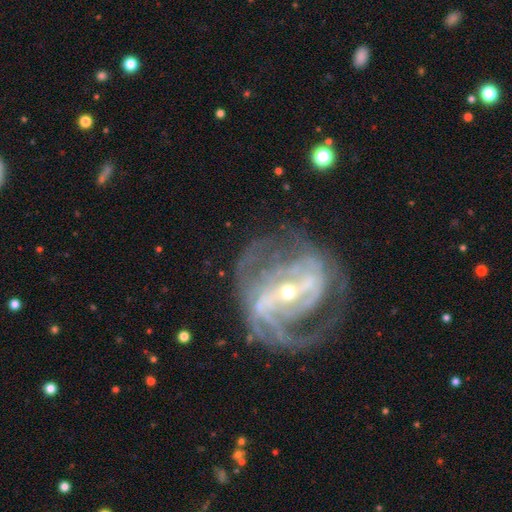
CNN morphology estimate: smooth_or_featured: featured or disk (p=0.89) [alt: star or artifact p=0.06]
disk_edge_on: no (p=0.96) [alt: yes p=0.04]
bar: strong (p=0.65) [alt: weak p=0.25]
has_spiral_arms: yes (p=0.92) [alt: no p=0.08]
spiral_winding: medium (p=0.42) [alt: tight p=0.40]
spiral_arm_count: 2 (p=0.44) [alt: can't tell p=0.25]
bulge_size: small (p=0.66) [alt: moderate p=0.30]
merging: none (p=0.57) [alt: major disturbance p=0.24]